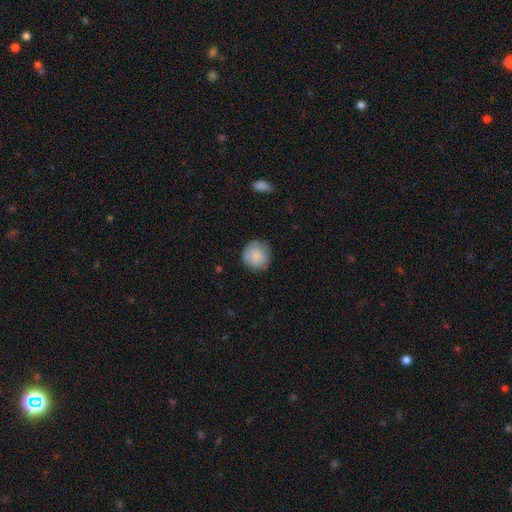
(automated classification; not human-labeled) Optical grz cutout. It shows a smooth galaxy with no disk features (84%) that is round (92%). Merging: none (79%).